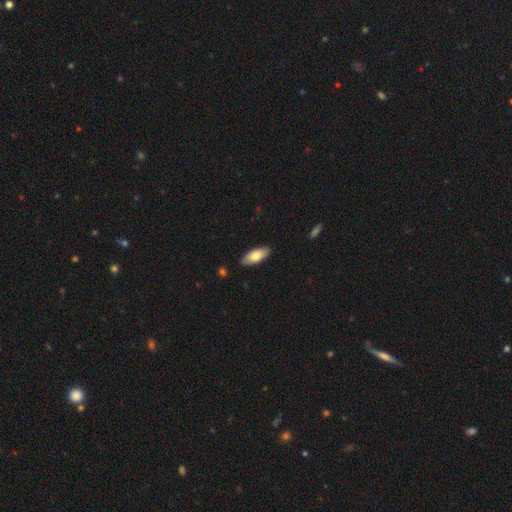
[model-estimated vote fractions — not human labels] smooth_or_featured: smooth (p=0.76) [alt: featured or disk p=0.19]
how_rounded: in between (p=0.82) [alt: cigar-shaped p=0.16]
merging: none (p=0.88) [alt: minor disturbance p=0.09]